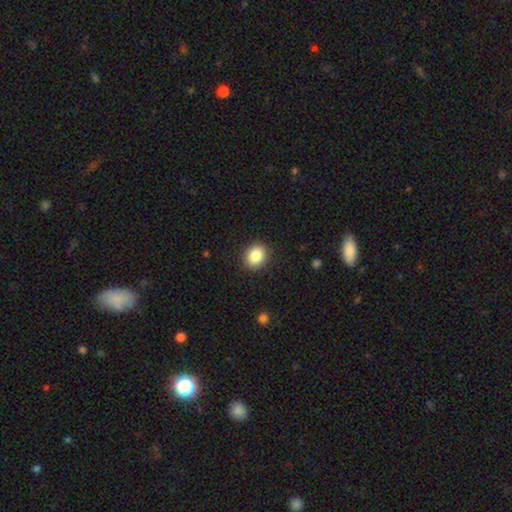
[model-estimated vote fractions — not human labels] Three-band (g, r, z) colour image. It shows a smooth galaxy with no disk features (87%) that is round (57%). Merging: none (90%).